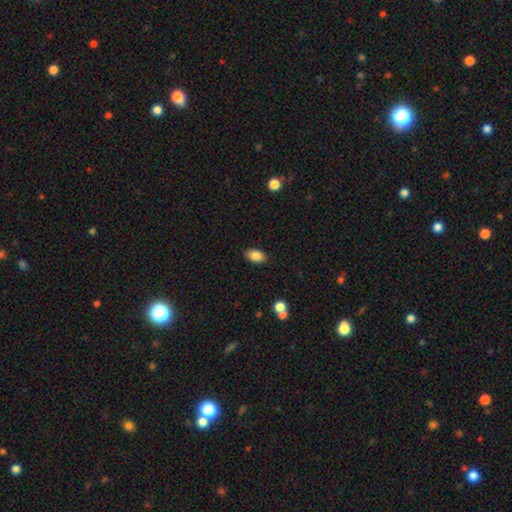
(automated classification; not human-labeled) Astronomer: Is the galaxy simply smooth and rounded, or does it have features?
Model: smooth — 86%.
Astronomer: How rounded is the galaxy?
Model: in between — 90%.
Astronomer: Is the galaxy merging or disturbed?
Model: none — 87%.